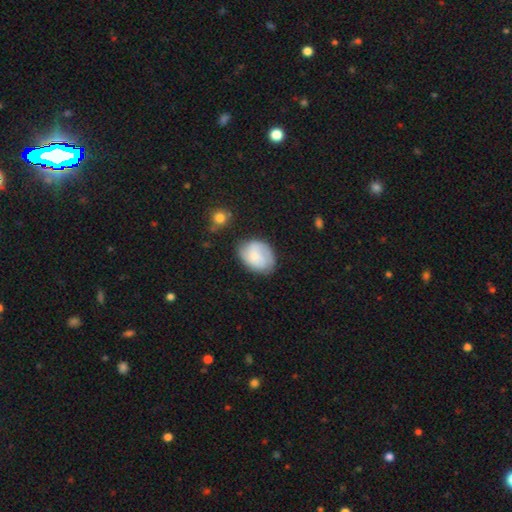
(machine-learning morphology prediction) type=smooth (54%); roundness=in between (63%); merging=none (66%).